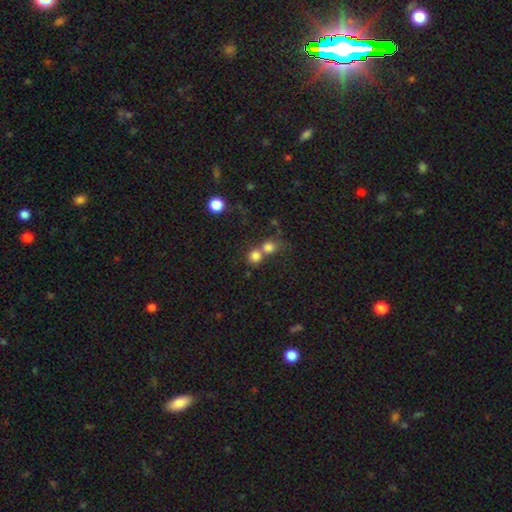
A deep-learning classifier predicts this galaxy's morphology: This is likely a smooth galaxy (79%). How rounded: clearly round (86%). Merging: possibly merger (49%).